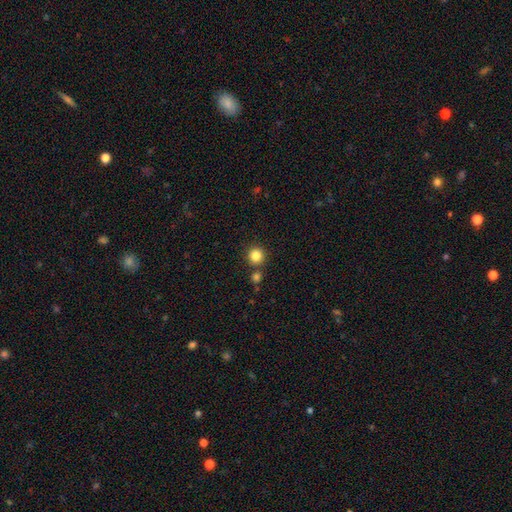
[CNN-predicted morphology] Smooth or featured?
  - smooth: 84% *
  - star or artifact: 12%
  - featured or disk: 5%
How rounded?
  - round: 94% *
  - in between: 6%
  - cigar-shaped: 1%
Merging?
  - none: 81% *
  - merger: 10%
  - minor disturbance: 7%
  - major disturbance: 2%